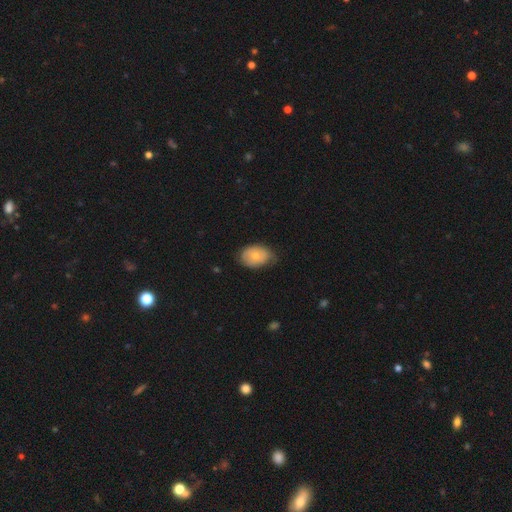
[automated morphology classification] Smooth or featured? smooth (67%)
How rounded? in between (78%)
Merging? none (64%)